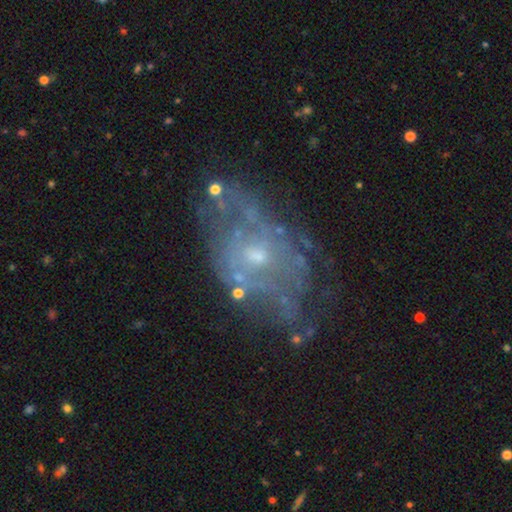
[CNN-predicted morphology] featured or disk 69%, smooth 17%, star or artifact 14%. Down the decision tree: edge-on disk — no (95%); bar — no (82%); spiral arms — no (51%); bulge size — small (63%); merging — none (59%).